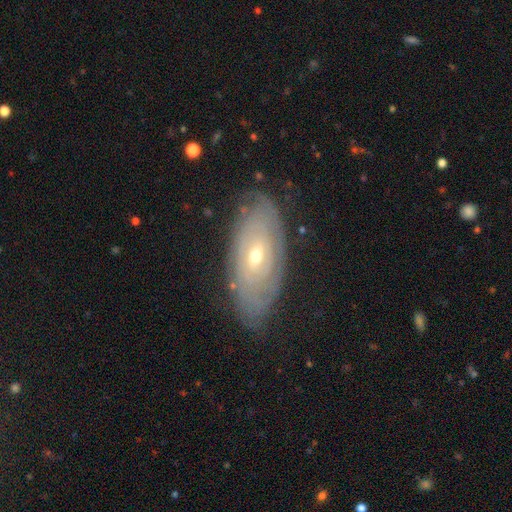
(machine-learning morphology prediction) Q: Smooth or featured?
A: featured or disk (69%); runner-up: smooth (23%)
Q: Edge-on disk?
A: no (86%); runner-up: yes (14%)
Q: Bar?
A: no (70%); runner-up: weak (24%)
Q: Spiral arms?
A: yes (70%); runner-up: no (30%)
Q: Bulge size?
A: small (53%); runner-up: moderate (44%)
Q: Merging?
A: none (80%); runner-up: minor disturbance (15%)